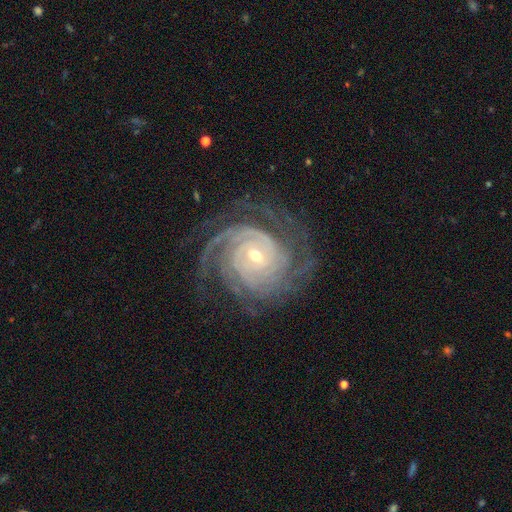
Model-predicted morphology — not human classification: type=featured or disk (92%); edge-on=no (97%); bar=no (50%); spiral arms=yes (98%); winding=tight (78%); arm count=4 (25%); bulge=small (61%); merging=none (75%).